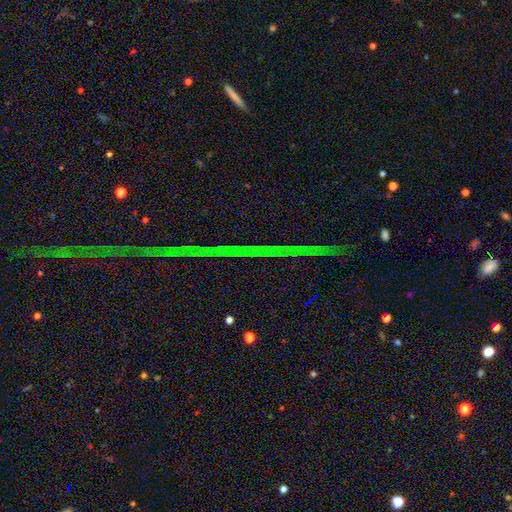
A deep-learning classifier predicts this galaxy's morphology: Q: Smooth or featured?
A: star or artifact (86%); runner-up: featured or disk (8%)